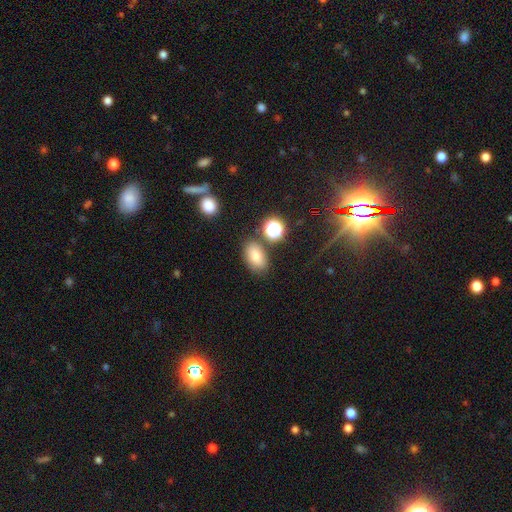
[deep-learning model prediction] Q: Smooth or featured?
A: smooth (75%); runner-up: star or artifact (15%)
Q: How rounded?
A: in between (86%); runner-up: round (12%)
Q: Merging?
A: none (78%); runner-up: minor disturbance (12%)